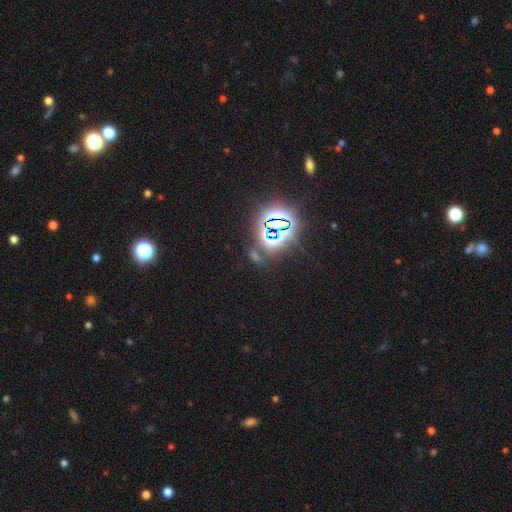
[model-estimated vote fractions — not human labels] This appears to be a star or artifact, not a galaxy (78%).